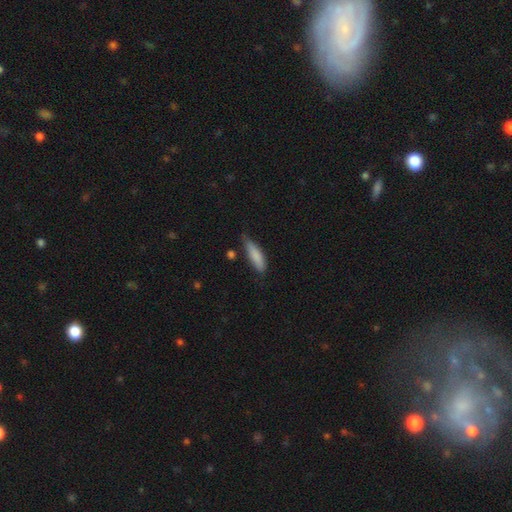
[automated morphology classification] Overall: smooth (83%). How rounded: cigar-shaped (62%; in between 37%). Merging: none (55%; minor disturbance 35%).